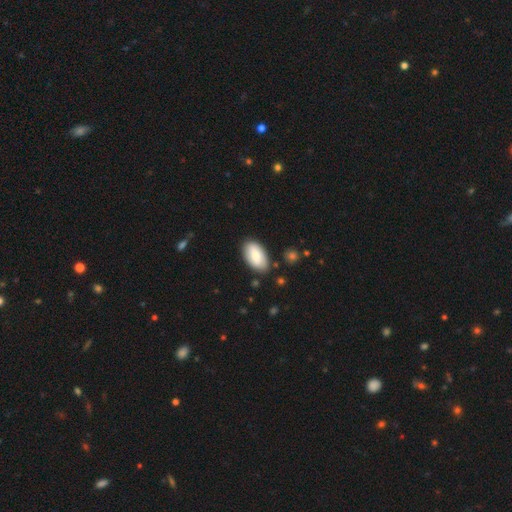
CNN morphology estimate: This is likely a smooth galaxy (78%). How rounded: clearly in between (95%). Merging: clearly none (82%).